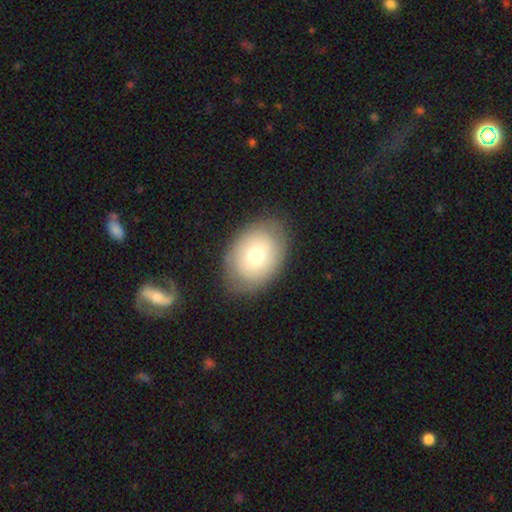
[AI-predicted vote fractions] smooth_or_featured: smooth (p=0.71) [alt: featured or disk p=0.21]
how_rounded: in between (p=0.75) [alt: round p=0.24]
merging: none (p=0.82) [alt: minor disturbance p=0.13]